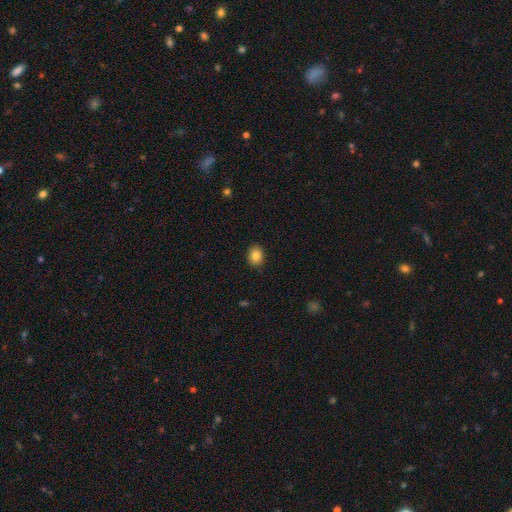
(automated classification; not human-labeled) smooth-or-featured: smooth: 85% | star or artifact: 9% | featured or disk: 6%
  how-rounded: in between: 52% | round: 47% | cigar-shaped: 1%
  merging: none: 89% | minor disturbance: 8% | major disturbance: 2% | merger: 1%